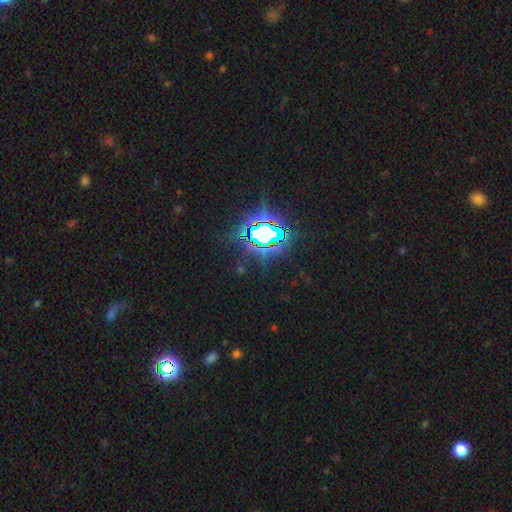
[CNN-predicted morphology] Smooth or featured?
  - star or artifact: 83% *
  - smooth: 10%
  - featured or disk: 6%